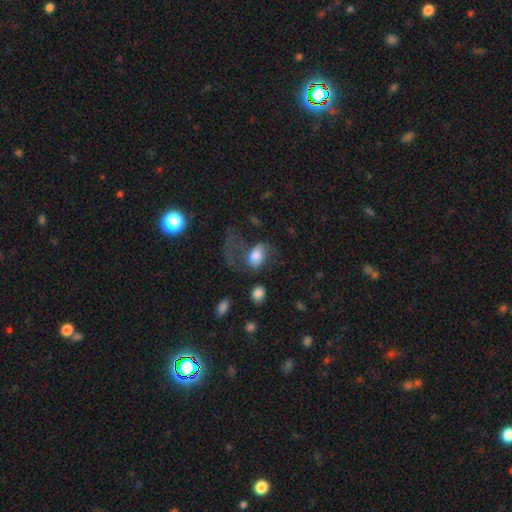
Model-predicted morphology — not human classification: Overall: smooth (51%; featured or disk 39%). How rounded: in between (70%). Merging: major disturbance (57%; none 21%).